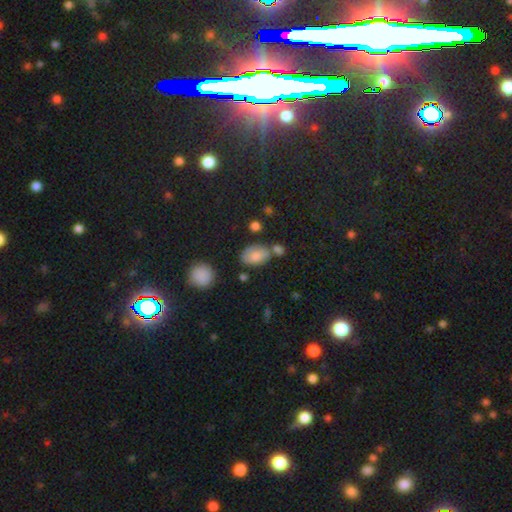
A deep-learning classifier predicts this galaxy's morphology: Smooth or featured: smooth — 79% (featured or disk — 12%)
How rounded: in between — 87% (round — 11%)
Merging: none — 60% (minor disturbance — 20%)